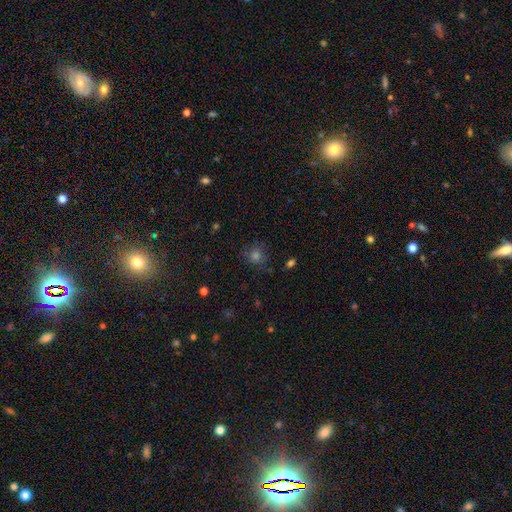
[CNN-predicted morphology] smooth-or-featured: smooth: 57% | star or artifact: 32% | featured or disk: 11%
  how-rounded: round: 87% | in between: 12% | cigar-shaped: 1%
  merging: none: 78% | minor disturbance: 14% | major disturbance: 6% | merger: 2%